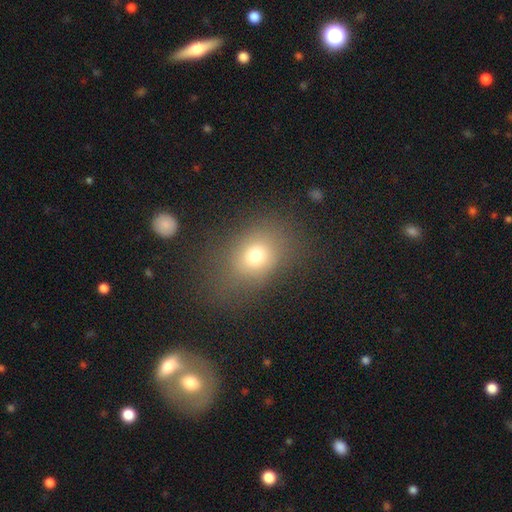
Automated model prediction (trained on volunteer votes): The model was most divided on "how rounded": in between: 58%, round: 41%, cigar-shaped: 1%. More confident: smooth or featured — smooth (73%); merging — none (70%).